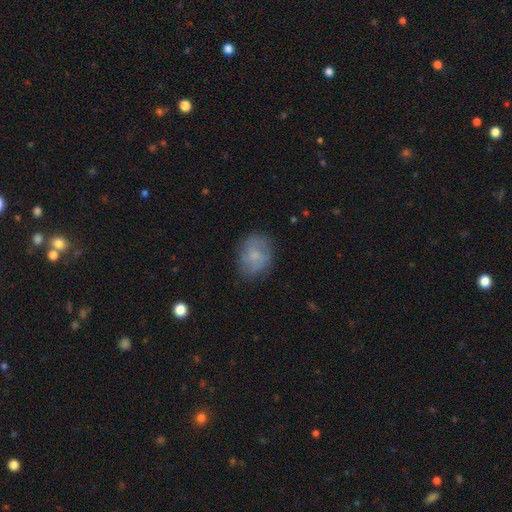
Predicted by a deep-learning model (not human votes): The model was most divided on "how rounded": in between: 61%, round: 38%, cigar-shaped: 1%. More confident: merging — none (74%); smooth or featured — smooth (64%).